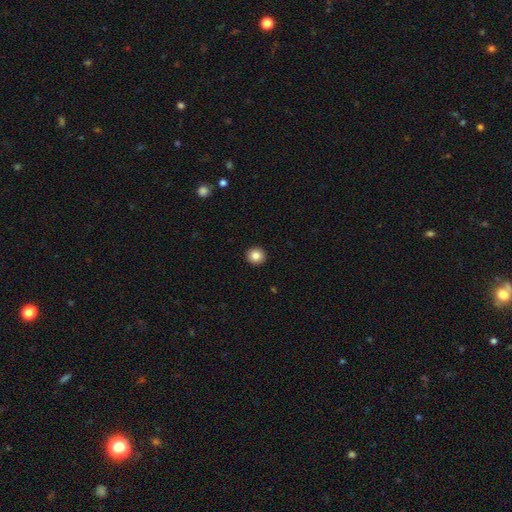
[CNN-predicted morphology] A smooth galaxy with no disk features (85%) that is round (92%). Merging: none (94%).